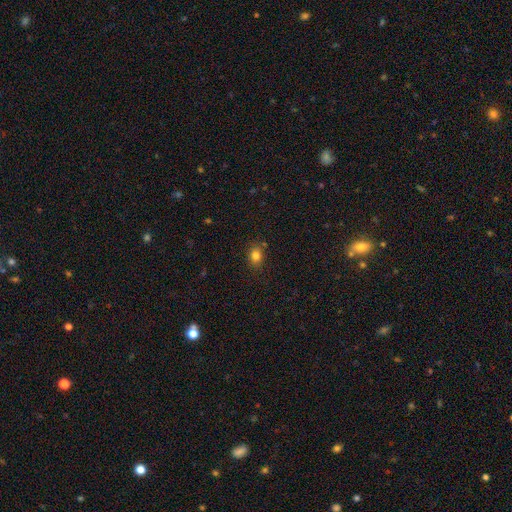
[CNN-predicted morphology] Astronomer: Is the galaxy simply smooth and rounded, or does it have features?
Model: smooth — 80%.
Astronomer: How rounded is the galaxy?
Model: in between — 53% (runner-up: round, 46%).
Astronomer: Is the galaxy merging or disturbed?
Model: none — 80%.